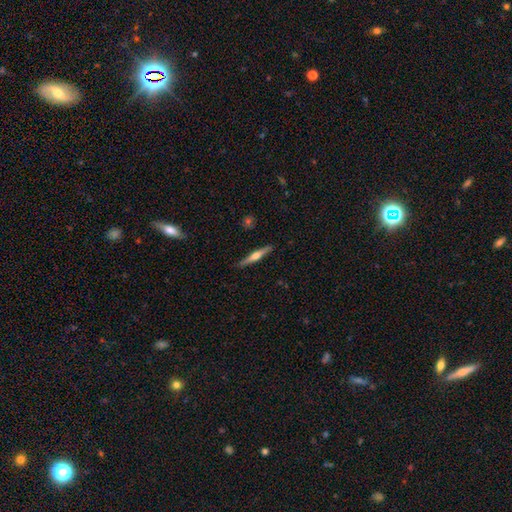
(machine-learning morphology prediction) type=featured or disk (64%); edge-on=yes (98%); edge-on bulge=rounded (90%); merging=none (89%).